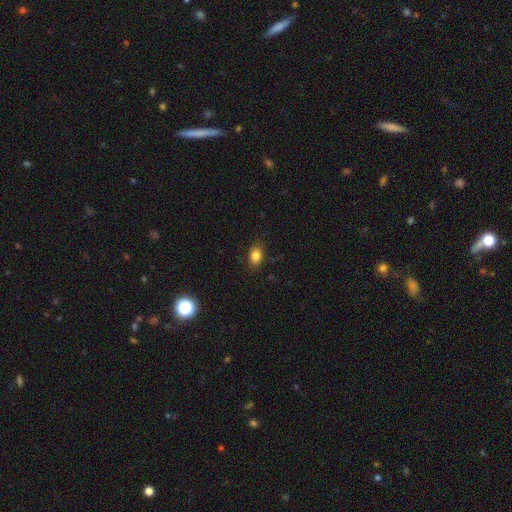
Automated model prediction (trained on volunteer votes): A smooth galaxy with no disk features (83%) that is in between round and cigar-shaped (70%).

Vote fractions:
- Smooth or featured? smooth: 83% / star or artifact: 11% / featured or disk: 6%
- How rounded? in between: 70% / round: 28% / cigar-shaped: 2%
- Merging? none: 84% / minor disturbance: 12% / major disturbance: 3% / merger: 1%